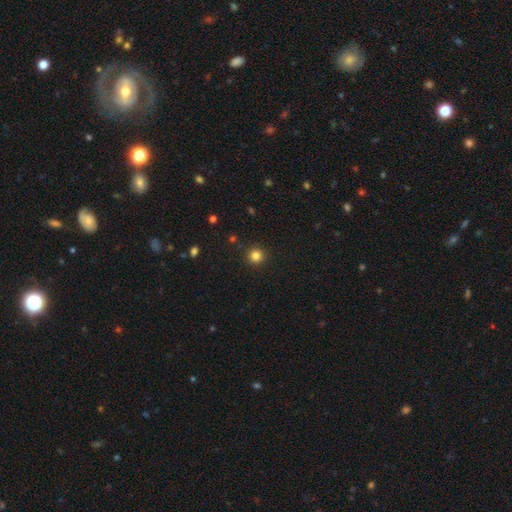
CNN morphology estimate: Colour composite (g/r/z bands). It shows a smooth galaxy with no disk features (83%) that is round (95%). Merging: none (92%).